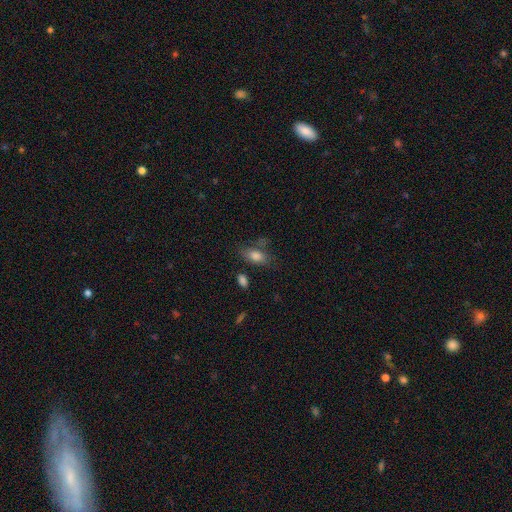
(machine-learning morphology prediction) This appears to be a smooth galaxy with no disk features (79%) that is in between round and cigar-shaped (86%). Merging: none (60%).